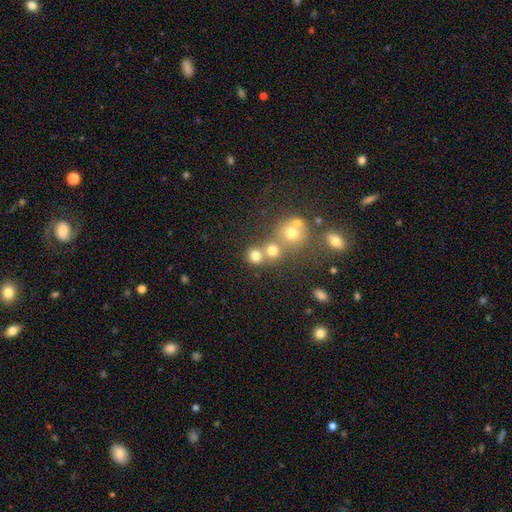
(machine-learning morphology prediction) smooth_or_featured: smooth (p=0.74) [alt: star or artifact p=0.16]
how_rounded: round (p=0.88) [alt: in between p=0.10]
merging: none (p=0.58) [alt: merger p=0.32]